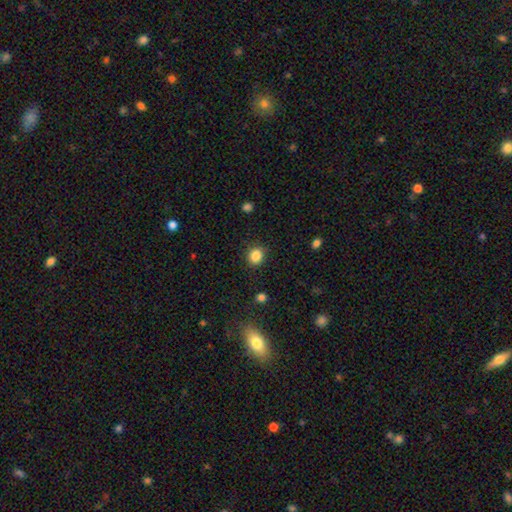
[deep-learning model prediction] Smooth or featured?
  - smooth: 85% *
  - star or artifact: 11%
  - featured or disk: 4%
How rounded?
  - round: 75% *
  - in between: 24%
  - cigar-shaped: 1%
Merging?
  - none: 87% *
  - minor disturbance: 9%
  - major disturbance: 3%
  - merger: 1%